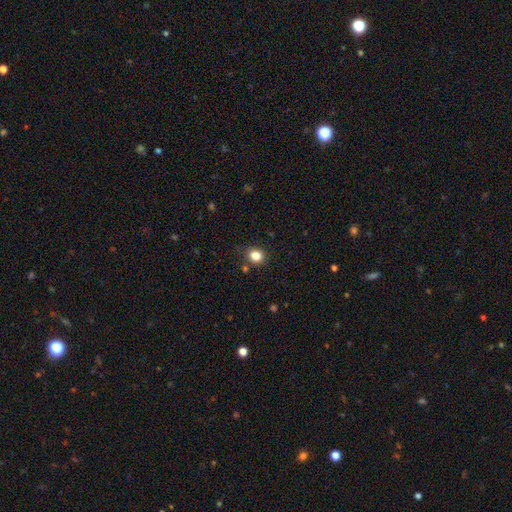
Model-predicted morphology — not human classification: Smooth or featured: smooth — 83% (star or artifact — 12%)
How rounded: round — 73% (in between — 26%)
Merging: none — 84% (minor disturbance — 10%)